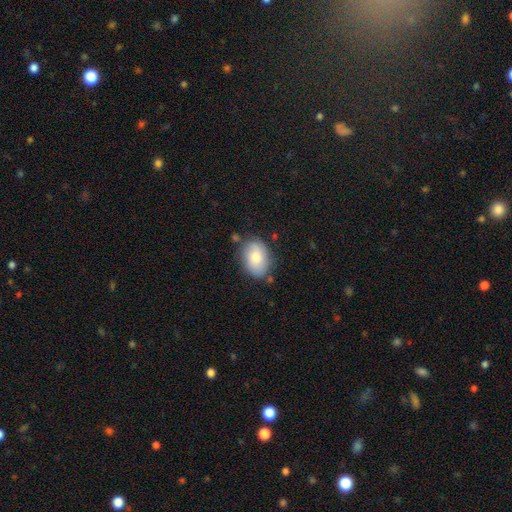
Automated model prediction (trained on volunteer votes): Overall: smooth (77%). How rounded: in between (75%). Merging: none (75%).